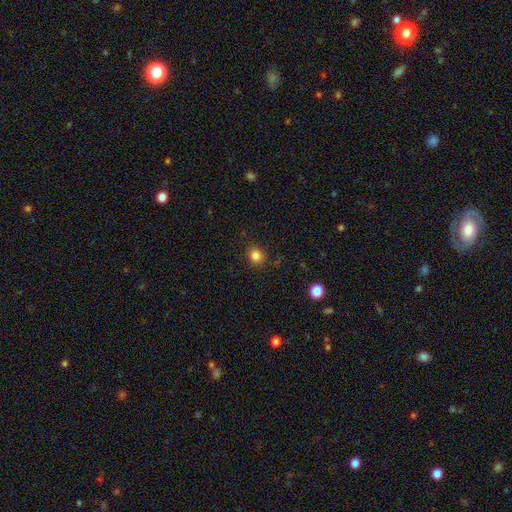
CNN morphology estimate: Smooth or featured: smooth — 83% (star or artifact — 12%)
How rounded: round — 86% (in between — 13%)
Merging: none — 88% (minor disturbance — 8%)